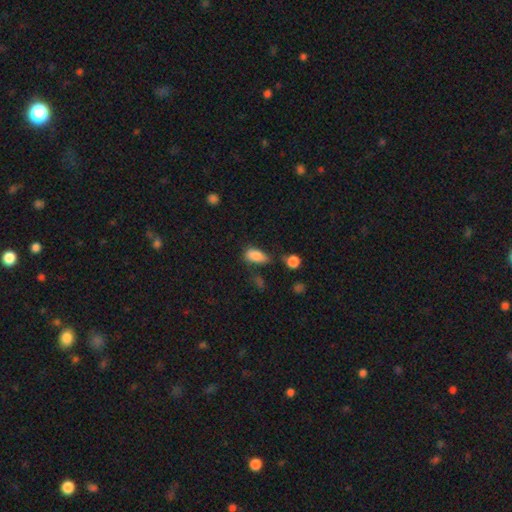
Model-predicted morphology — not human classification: A smooth galaxy with no disk features (84%) that is in between round and cigar-shaped (88%). Merging: none (49%).